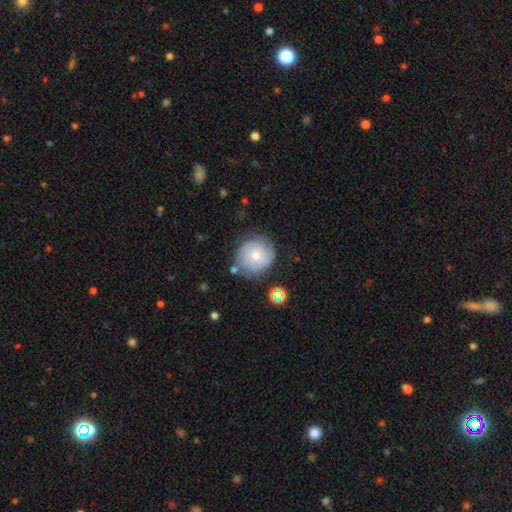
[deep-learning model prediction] smooth_or_featured: smooth (p=0.54) [alt: featured or disk p=0.37]
how_rounded: round (p=0.87) [alt: in between p=0.12]
merging: none (p=0.70) [alt: minor disturbance p=0.19]